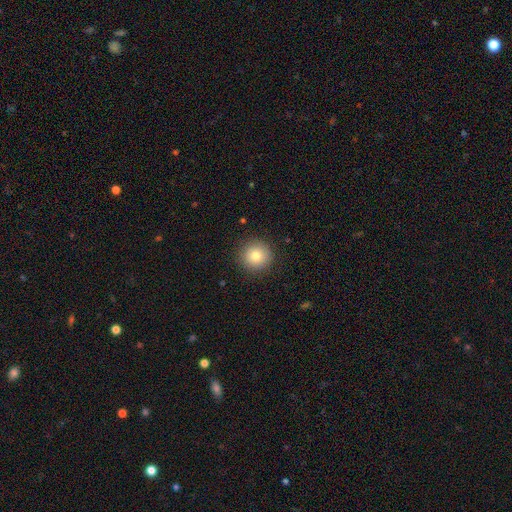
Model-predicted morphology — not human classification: Smooth or featured? smooth (80%)
How rounded? round (95%)
Merging? none (90%)